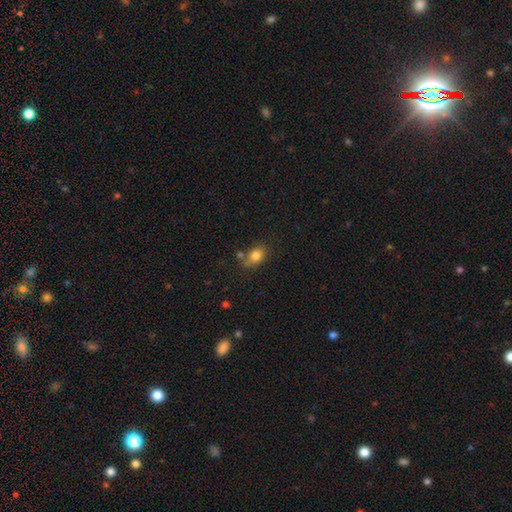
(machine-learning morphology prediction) Smooth or featured? Predicted: smooth (p=0.81). How rounded? Predicted: in between (p=0.68). Merging? Predicted: none (p=0.63).